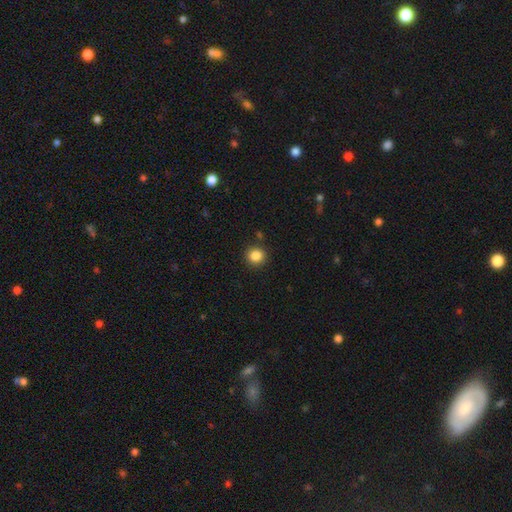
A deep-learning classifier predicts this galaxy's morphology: smooth-or-featured: smooth: 86% | star or artifact: 11% | featured or disk: 4%
  how-rounded: round: 91% | in between: 8% | cigar-shaped: 1%
  merging: none: 89% | minor disturbance: 6% | major disturbance: 2% | merger: 2%